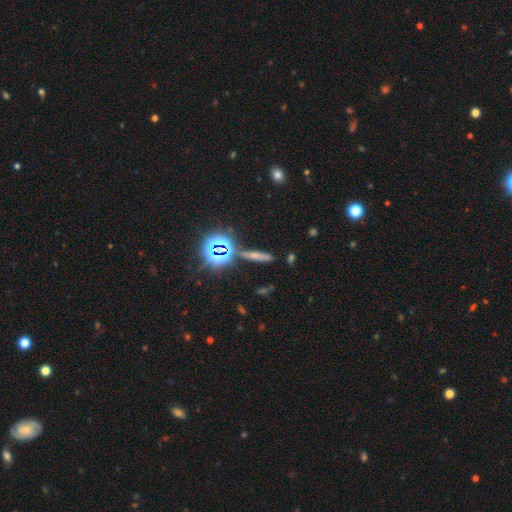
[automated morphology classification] Q: Smooth or featured?
A: smooth (48%); runner-up: star or artifact (31%)
Q: Merging?
A: none (81%); runner-up: minor disturbance (10%)